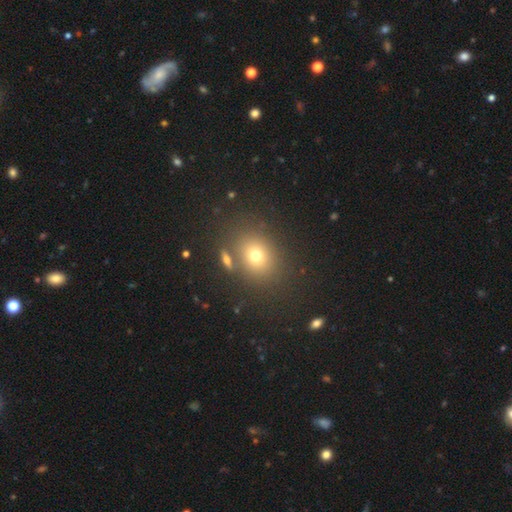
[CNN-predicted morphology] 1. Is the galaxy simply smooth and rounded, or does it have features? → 70% smooth, 18% star or artifact, 12% featured or disk.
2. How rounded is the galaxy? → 57% round, 41% in between, 1% cigar-shaped.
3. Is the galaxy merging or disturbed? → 77% none, 10% minor disturbance, 9% merger, 5% major disturbance.